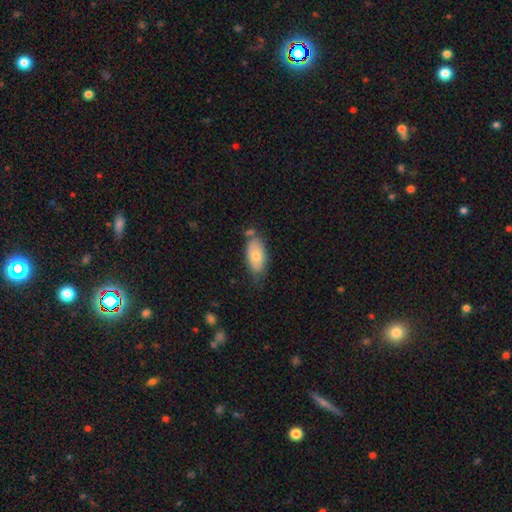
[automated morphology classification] The model was most divided on "merging": none: 60%, minor disturbance: 23%, merger: 11%, major disturbance: 5%. More confident: how rounded — in between (92%); smooth or featured — smooth (74%).